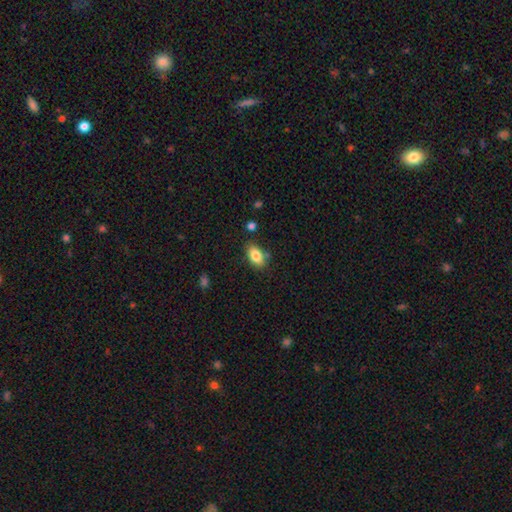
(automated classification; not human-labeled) A smooth galaxy with no disk features (84%) that is in between round and cigar-shaped (90%).

Vote fractions:
- Smooth or featured? smooth: 84% / featured or disk: 8% / star or artifact: 8%
- How rounded? in between: 90% / round: 7% / cigar-shaped: 3%
- Merging? none: 77% / minor disturbance: 15% / merger: 5% / major disturbance: 3%